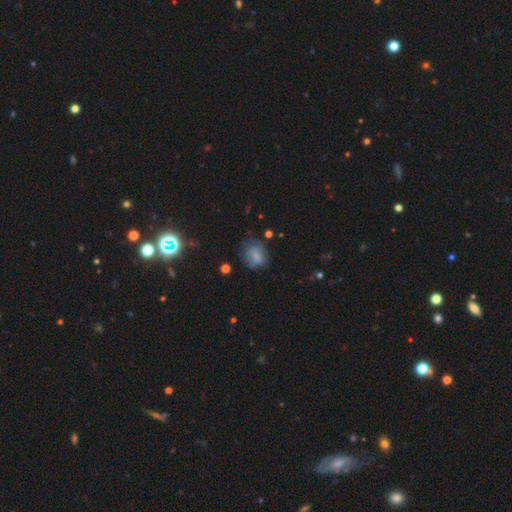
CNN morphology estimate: A smooth galaxy with no disk features (71%) that is round (58%).

Vote fractions:
- Smooth or featured? smooth: 71% / featured or disk: 17% / star or artifact: 12%
- How rounded? round: 58% / in between: 40% / cigar-shaped: 1%
- Merging? none: 60% / minor disturbance: 26% / major disturbance: 11% / merger: 3%